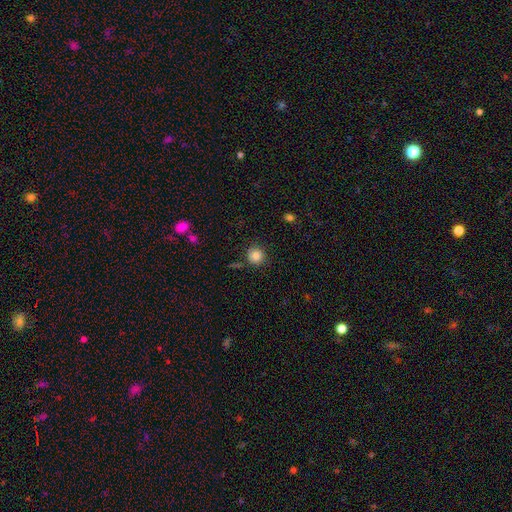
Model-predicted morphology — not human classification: type=smooth (84%); roundness=round (93%); merging=none (85%).